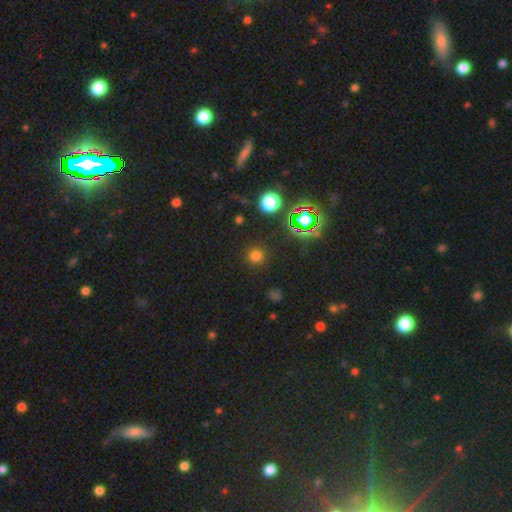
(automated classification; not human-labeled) Overall: smooth (67%). How rounded: round (94%). Merging: none (89%).